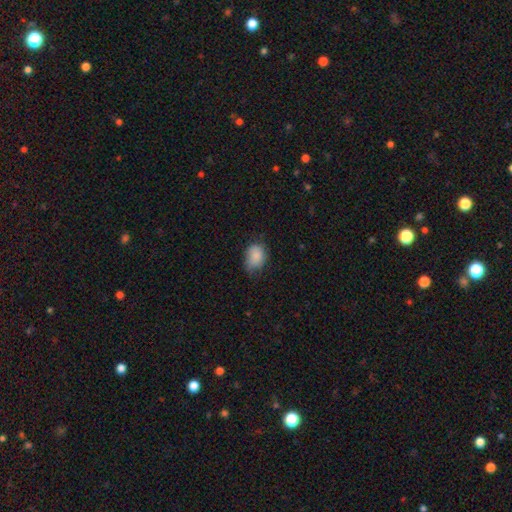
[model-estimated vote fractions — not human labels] The model was most divided on "merging": none: 51%, minor disturbance: 38%, major disturbance: 10%, merger: 1%. More confident: smooth or featured — smooth (85%); how rounded — in between (69%).